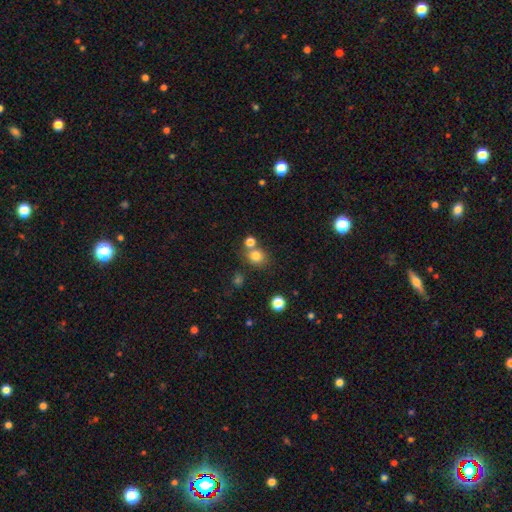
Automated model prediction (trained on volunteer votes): Smooth or featured: smooth — 79% (star or artifact — 14%)
How rounded: round — 80% (in between — 19%)
Merging: none — 63% (merger — 24%)